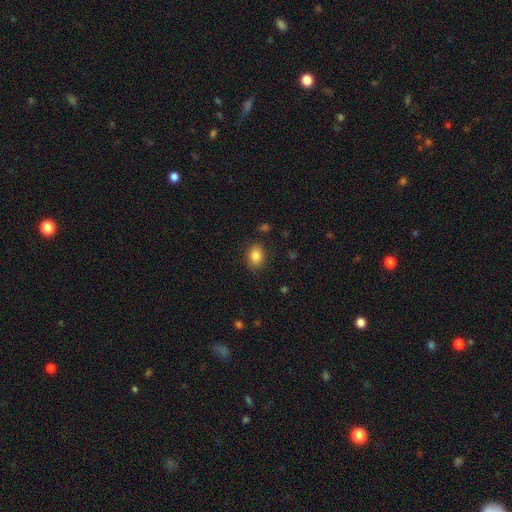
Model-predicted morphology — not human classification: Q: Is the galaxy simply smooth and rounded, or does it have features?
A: smooth — 85%.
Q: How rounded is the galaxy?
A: in between — 72%.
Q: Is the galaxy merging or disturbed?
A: none — 85%.